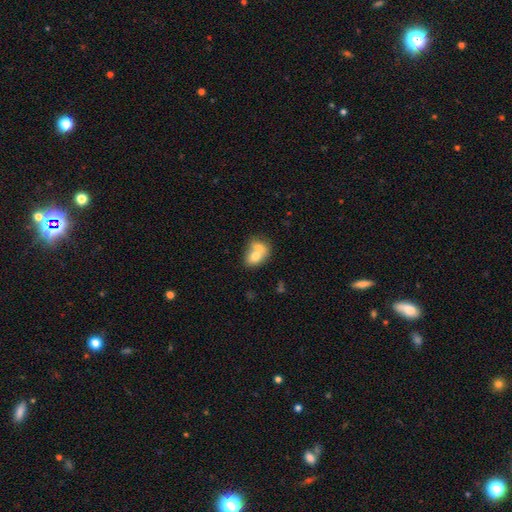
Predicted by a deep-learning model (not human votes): The model was most divided on "how rounded": in between: 65%, round: 33%, cigar-shaped: 1%. More confident: smooth or featured — smooth (69%); merging — merger (66%).